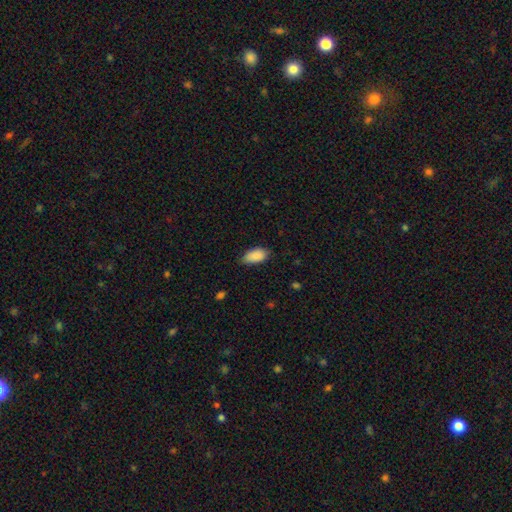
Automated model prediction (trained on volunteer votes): Smooth or featured? Predicted: smooth (p=0.89). How rounded? Predicted: in between (p=0.93). Merging? Predicted: none (p=0.72).